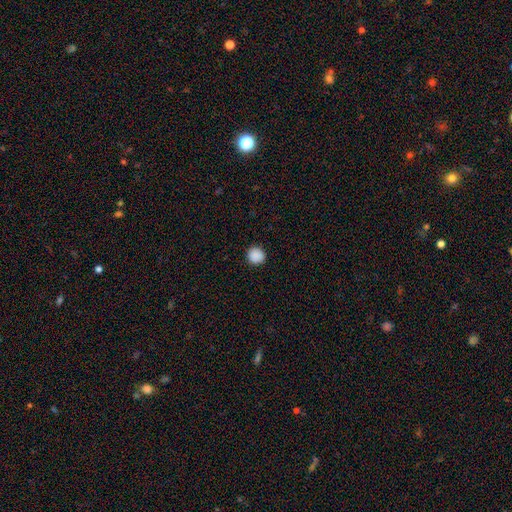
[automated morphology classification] smooth 89%, star or artifact 9%, featured or disk 3%. Down the decision tree: how rounded — round (91%); merging — none (91%).